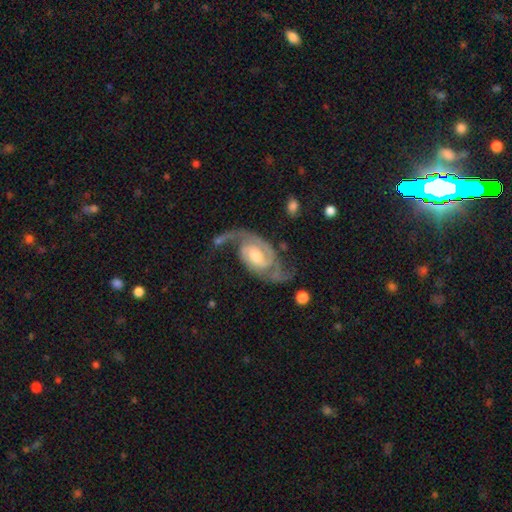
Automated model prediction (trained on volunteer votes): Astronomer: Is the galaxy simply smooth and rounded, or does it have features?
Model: featured or disk — 91%.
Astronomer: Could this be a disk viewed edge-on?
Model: no — 97%.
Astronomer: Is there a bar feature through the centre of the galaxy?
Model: no — 48% (runner-up: weak, 41%).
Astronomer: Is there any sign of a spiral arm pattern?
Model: yes — 98%.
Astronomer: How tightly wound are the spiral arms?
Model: medium — 48% (runner-up: tight, 30%).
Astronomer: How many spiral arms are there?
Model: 2 — 84%.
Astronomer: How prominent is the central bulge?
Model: moderate — 63%.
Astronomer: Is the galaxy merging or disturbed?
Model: none — 56%.